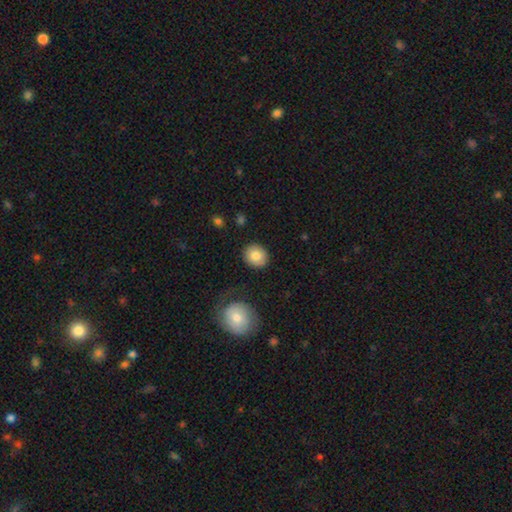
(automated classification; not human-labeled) smooth_or_featured: smooth (p=0.83) [alt: featured or disk p=0.09]
how_rounded: round (p=0.76) [alt: in between p=0.23]
merging: none (p=0.86) [alt: minor disturbance p=0.08]